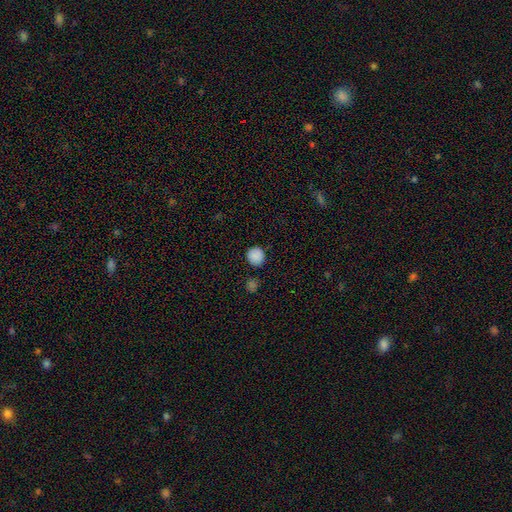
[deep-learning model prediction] This is clearly a smooth galaxy (86%). How rounded: clearly round (92%). Merging: clearly none (87%).